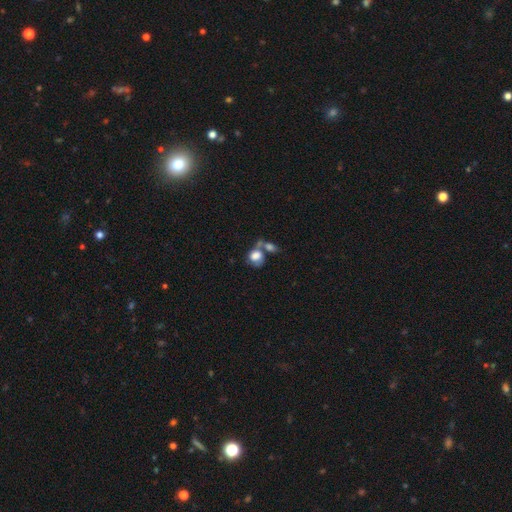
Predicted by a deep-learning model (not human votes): Overall: smooth (76%). How rounded: in between (49%, tied with round). Merging: merger (50%; none 27%).